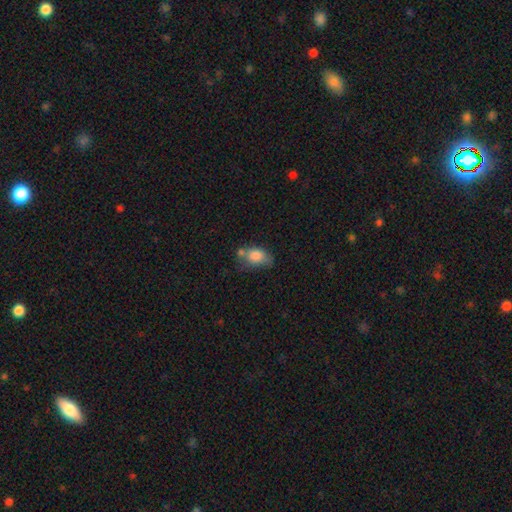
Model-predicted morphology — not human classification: smooth_or_featured: smooth (p=0.81) [alt: featured or disk p=0.11]
how_rounded: in between (p=0.77) [alt: round p=0.21]
merging: none (p=0.39) [alt: minor disturbance p=0.27]